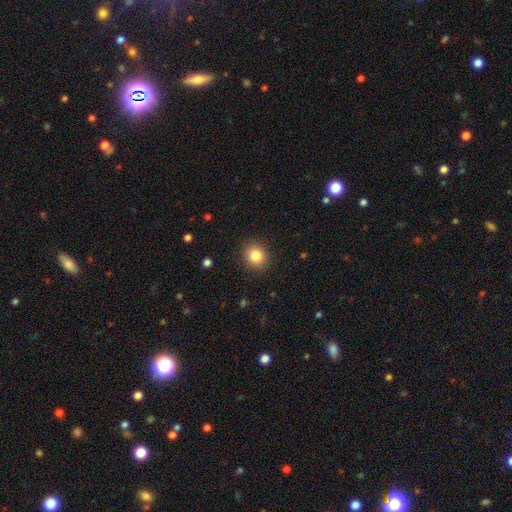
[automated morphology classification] Overall: smooth (83%). How rounded: round (82%). Merging: none (90%).